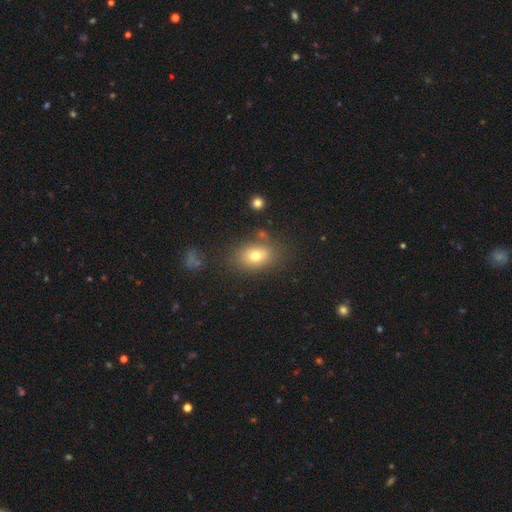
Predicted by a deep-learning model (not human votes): Smooth or featured? smooth (74%)
How rounded? in between (69%)
Merging? none (75%)